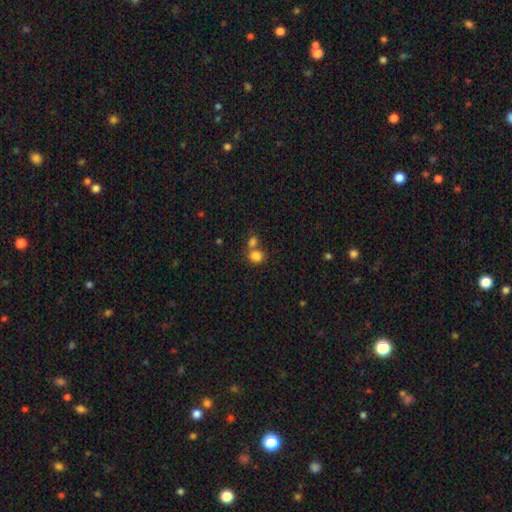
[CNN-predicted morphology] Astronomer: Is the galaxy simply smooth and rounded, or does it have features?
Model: smooth — 82%.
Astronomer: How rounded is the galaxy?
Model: round — 72%.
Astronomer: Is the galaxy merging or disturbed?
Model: none — 45% (runner-up: merger, 43%).